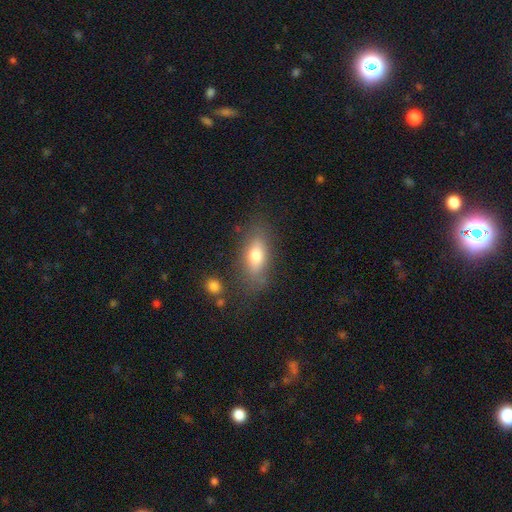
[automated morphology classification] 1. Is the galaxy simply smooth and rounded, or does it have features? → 72% smooth, 19% featured or disk, 8% star or artifact.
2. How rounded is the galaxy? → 78% in between, 16% cigar-shaped, 5% round.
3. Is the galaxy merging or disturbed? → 74% none, 17% minor disturbance, 6% major disturbance, 4% merger.